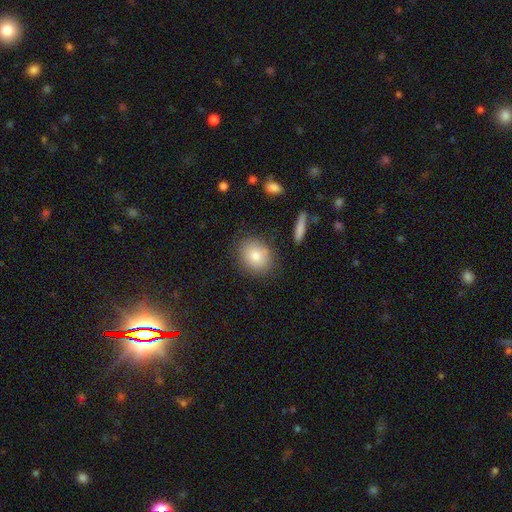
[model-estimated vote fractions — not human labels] The model was most divided on "how rounded": round: 56%, in between: 43%, cigar-shaped: 1%. More confident: merging — none (82%); smooth or featured — smooth (80%).